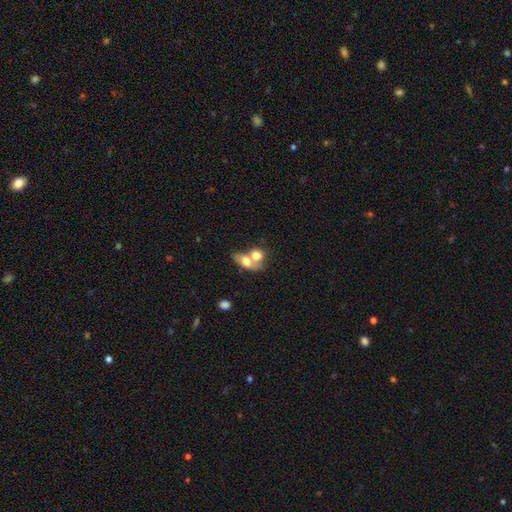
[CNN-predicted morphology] The model was most divided on "how rounded": in between: 62%, round: 34%, cigar-shaped: 4%. More confident: merging — merger (71%); smooth or featured — smooth (67%).